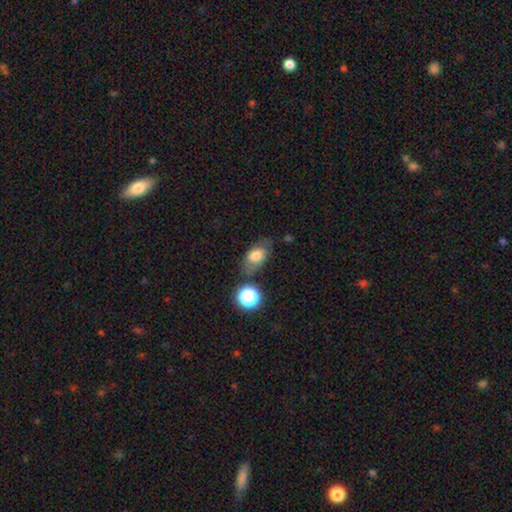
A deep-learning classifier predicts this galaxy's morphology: A smooth galaxy with no disk features (66%) that is in between round and cigar-shaped (83%).

Vote fractions:
- Smooth or featured? smooth: 66% / featured or disk: 22% / star or artifact: 12%
- How rounded? in between: 83% / round: 14% / cigar-shaped: 3%
- Merging? none: 64% / minor disturbance: 21% / major disturbance: 8% / merger: 7%